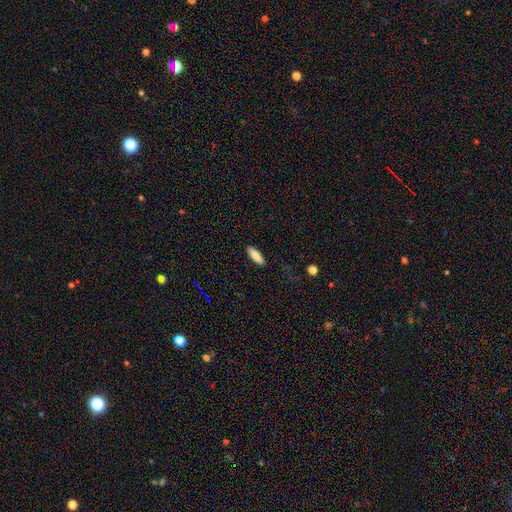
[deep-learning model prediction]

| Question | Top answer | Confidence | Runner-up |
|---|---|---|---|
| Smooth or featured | smooth | 84% | featured or disk (9%) |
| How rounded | in between | 57% | cigar-shaped (41%) |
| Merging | none | 89% | minor disturbance (8%) |